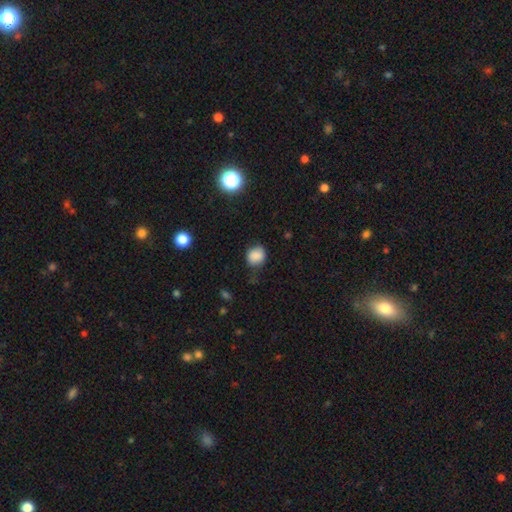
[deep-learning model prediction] Smooth or featured?
  - smooth: 84% *
  - star or artifact: 11%
  - featured or disk: 5%
How rounded?
  - round: 73% *
  - in between: 26%
  - cigar-shaped: 1%
Merging?
  - none: 76% *
  - minor disturbance: 18%
  - major disturbance: 5%
  - merger: 2%